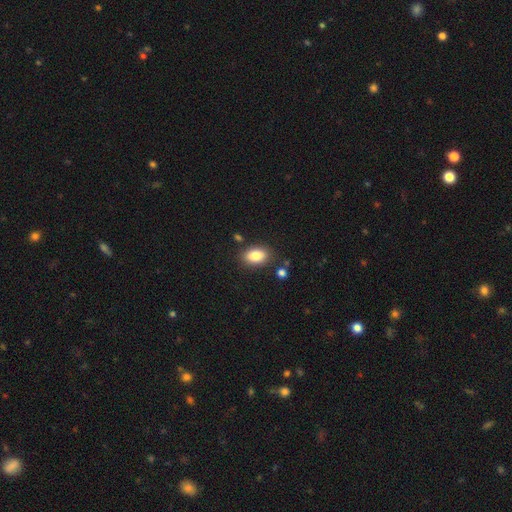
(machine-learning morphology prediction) Q: Smooth or featured?
A: smooth (84%); runner-up: star or artifact (8%)
Q: How rounded?
A: in between (85%); runner-up: round (14%)
Q: Merging?
A: none (82%); runner-up: minor disturbance (11%)